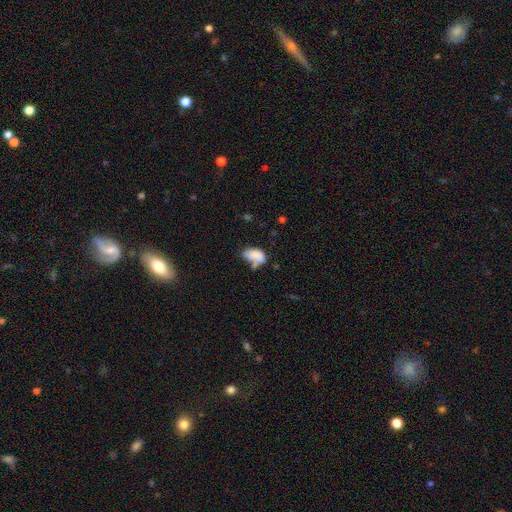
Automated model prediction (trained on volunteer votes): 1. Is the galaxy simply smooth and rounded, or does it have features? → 74% smooth, 17% featured or disk, 9% star or artifact.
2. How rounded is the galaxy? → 90% in between, 8% round, 2% cigar-shaped.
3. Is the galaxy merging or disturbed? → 31% none, 27% minor disturbance, 22% merger, 20% major disturbance.